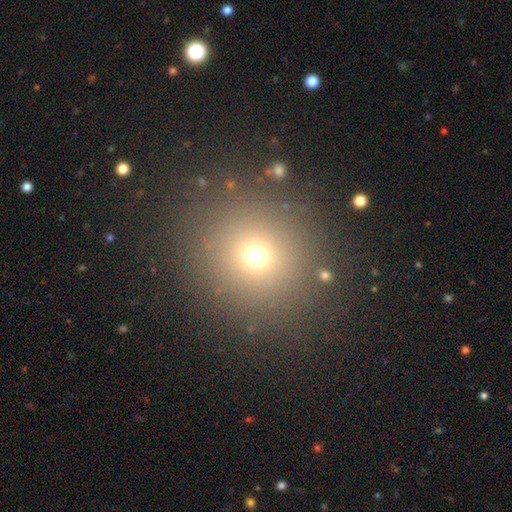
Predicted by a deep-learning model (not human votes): smooth 67%, star or artifact 24%, featured or disk 9%. Down the decision tree: how rounded — round (91%); merging — none (88%).